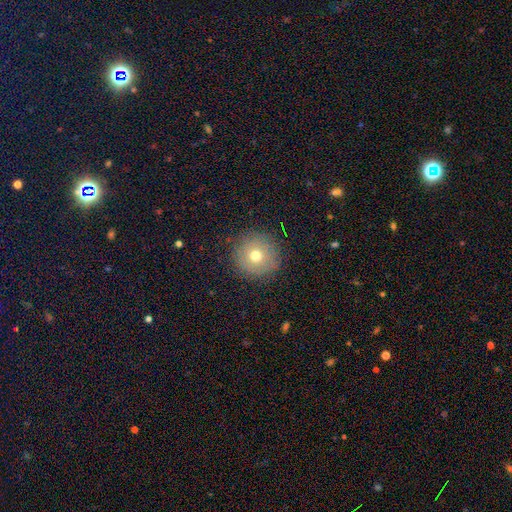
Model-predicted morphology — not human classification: Smooth or featured? Predicted: smooth (p=0.69). How rounded? Predicted: round (p=0.95). Merging? Predicted: none (p=0.88).